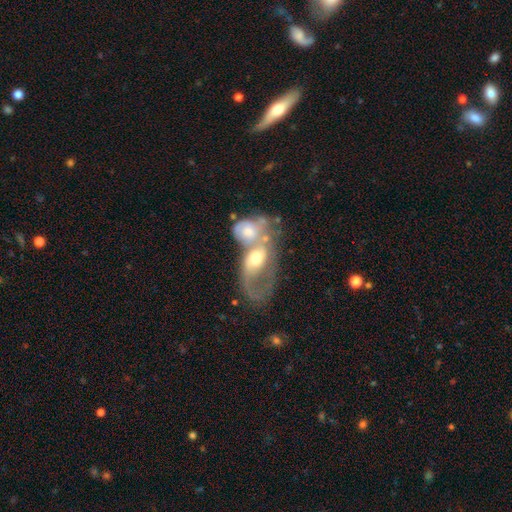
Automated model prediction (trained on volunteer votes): The model was most divided on "spiral arms": yes: 59%, no: 41%. More confident: edge-on disk — no (92%); merging — merger (76%); bar — no (70%); bulge size — moderate (67%); smooth or featured — featured or disk (65%).